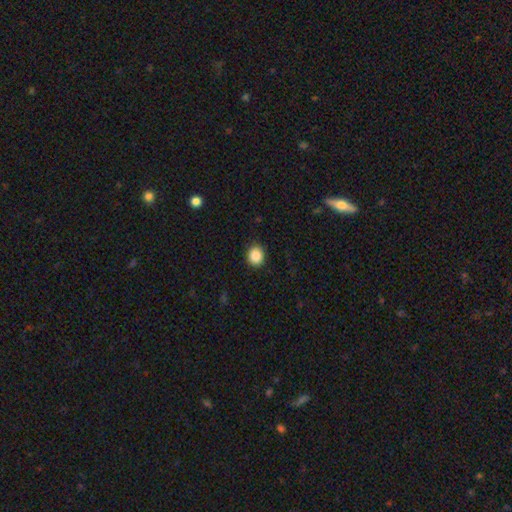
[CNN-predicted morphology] Overall: smooth (88%). How rounded: round (76%). Merging: none (89%).